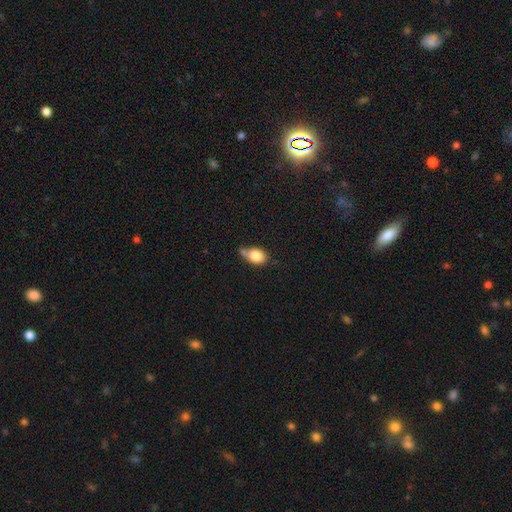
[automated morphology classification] A smooth galaxy with no disk features (79%) that is in between round and cigar-shaped (72%). Merging: none (38%).